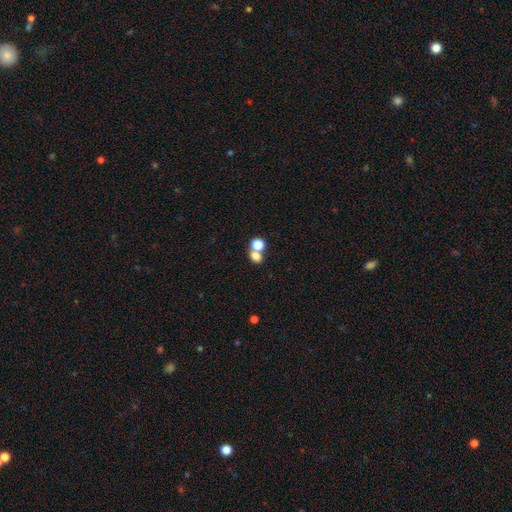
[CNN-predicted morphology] type=smooth (75%); roundness=in between (51%); merging=merger (50%).